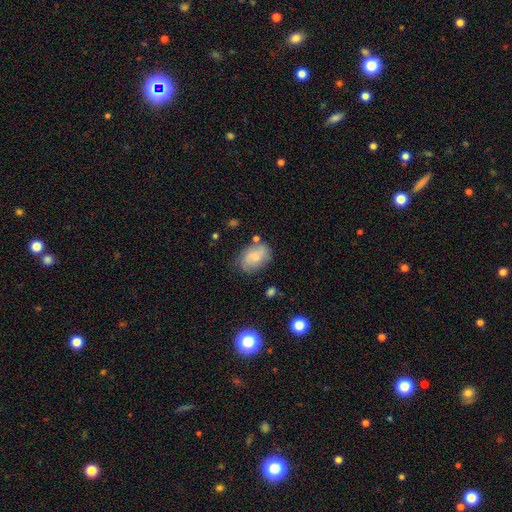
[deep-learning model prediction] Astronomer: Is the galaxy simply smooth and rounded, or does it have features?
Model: smooth — 70%.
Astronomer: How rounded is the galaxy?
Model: in between — 85%.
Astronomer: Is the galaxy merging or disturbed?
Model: none — 65%.